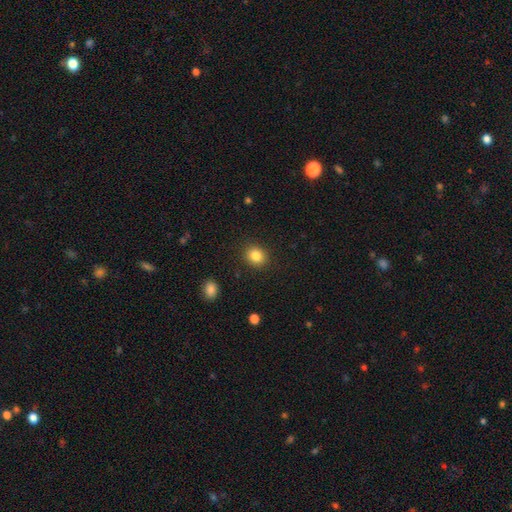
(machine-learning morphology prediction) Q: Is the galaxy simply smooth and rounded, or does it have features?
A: smooth — 84%.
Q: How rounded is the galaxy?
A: round — 69%.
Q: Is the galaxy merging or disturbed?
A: none — 90%.